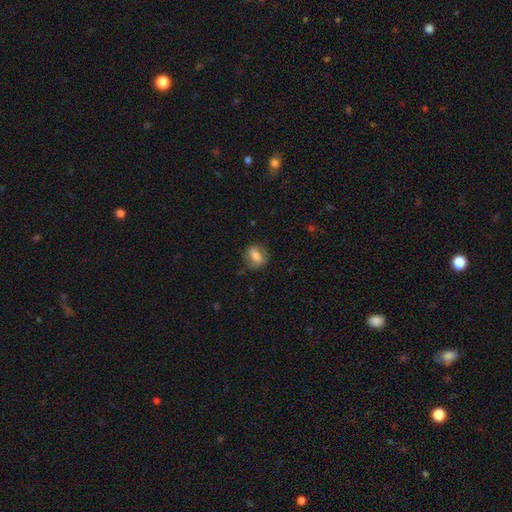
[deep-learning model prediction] Smooth or featured? smooth (68%)
How rounded? in between (68%)
Merging? none (71%)